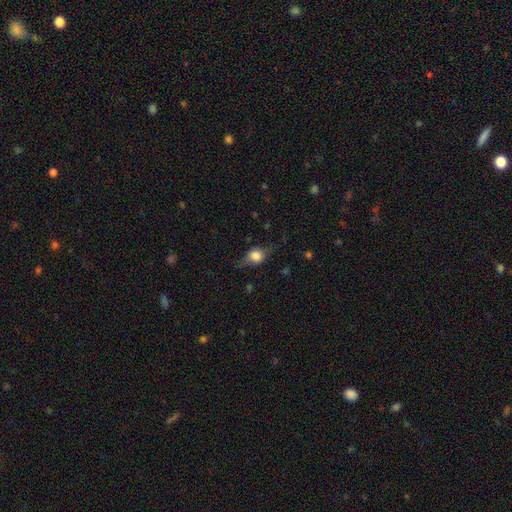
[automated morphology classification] Overall: smooth (54%; featured or disk 37%). How rounded: round (54%; in between 42%). Merging: none (66%).